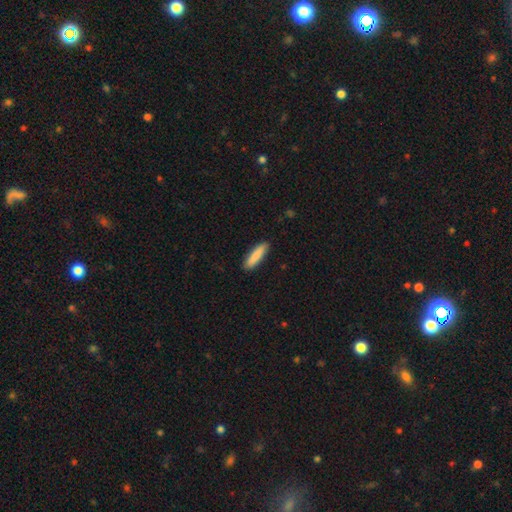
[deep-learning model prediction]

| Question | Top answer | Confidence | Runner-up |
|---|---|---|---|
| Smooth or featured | smooth | 87% | featured or disk (7%) |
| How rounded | cigar-shaped | 75% | in between (23%) |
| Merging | none | 89% | minor disturbance (8%) |